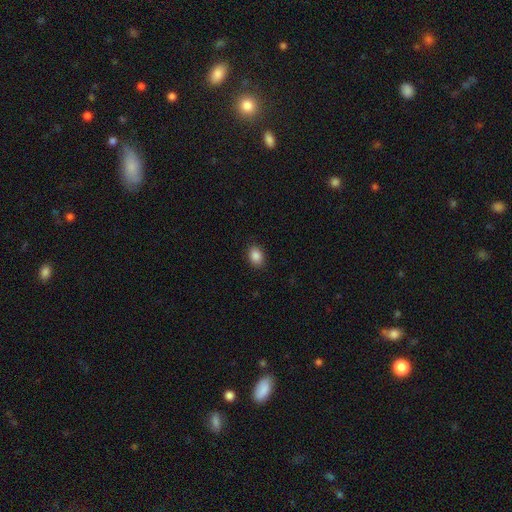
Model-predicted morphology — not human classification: Smooth or featured?
  - smooth: 87% *
  - star or artifact: 9%
  - featured or disk: 4%
How rounded?
  - in between: 71% *
  - round: 28%
  - cigar-shaped: 1%
Merging?
  - none: 89% *
  - minor disturbance: 8%
  - major disturbance: 2%
  - merger: 1%